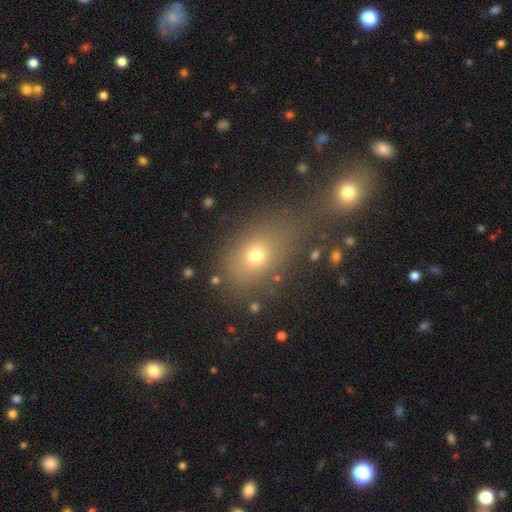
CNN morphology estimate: smooth 67%, star or artifact 19%, featured or disk 14%. Down the decision tree: how rounded — in between (58%); merging — none (50%).